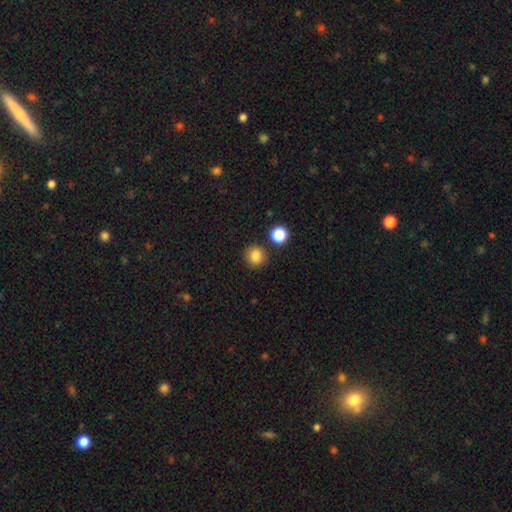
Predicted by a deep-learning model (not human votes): This is clearly a smooth galaxy (83%). How rounded: clearly round (85%). Merging: clearly none (85%).